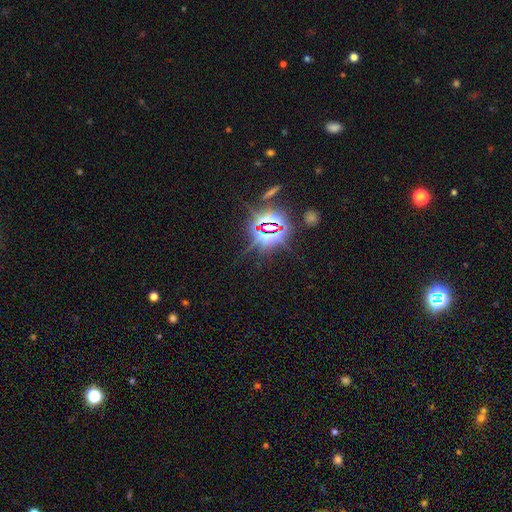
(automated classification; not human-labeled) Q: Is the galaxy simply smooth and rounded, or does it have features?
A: star or artifact — 82%.